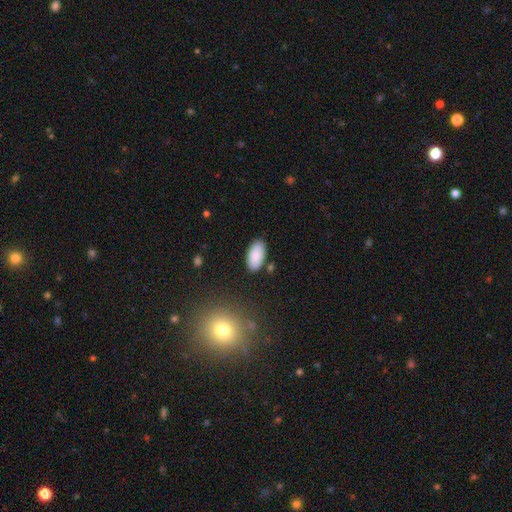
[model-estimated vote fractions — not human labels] Morphology: type=smooth (88%); roundness=in between (95%); merging=none (83%).